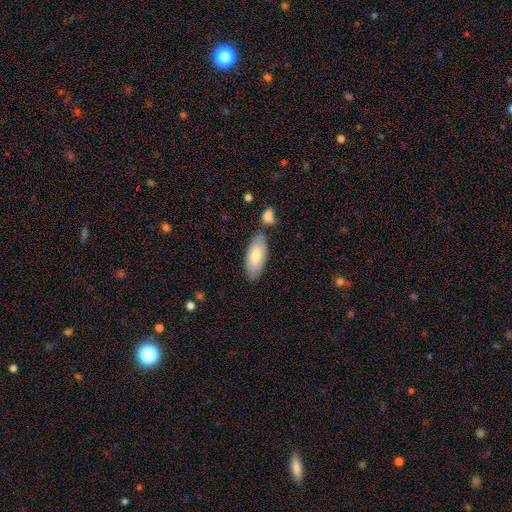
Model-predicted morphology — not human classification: Smooth or featured: smooth — 75% (featured or disk — 20%)
How rounded: in between — 87% (cigar-shaped — 11%)
Merging: none — 71% (minor disturbance — 15%)